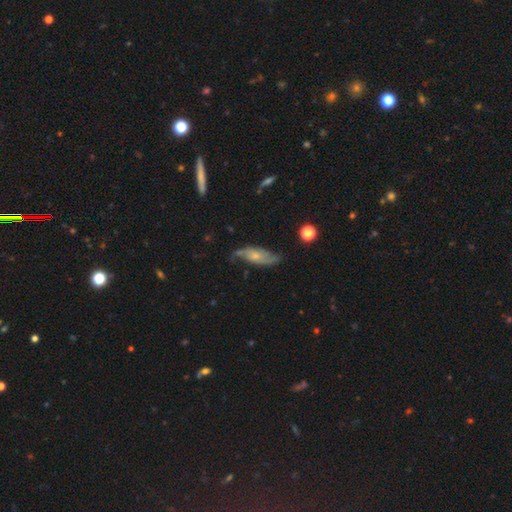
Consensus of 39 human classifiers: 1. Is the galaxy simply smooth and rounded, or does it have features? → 64% featured or disk, 26% smooth, 10% star or artifact.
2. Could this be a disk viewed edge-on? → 96% no, 4% yes.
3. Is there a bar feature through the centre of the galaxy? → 79% no, 21% weak, 0% strong.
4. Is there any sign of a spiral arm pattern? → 92% yes, 8% no.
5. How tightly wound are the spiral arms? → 45% medium, 32% loose, 23% tight.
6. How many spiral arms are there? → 41% 2, 32% can't tell, 27% 3, 0% 1, 0% 4, 0% more than 4.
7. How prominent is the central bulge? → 54% small, 42% moderate, 4% none, 0% dominant, 0% large.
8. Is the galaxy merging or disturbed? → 54% none, 31% minor disturbance, 14% major disturbance, 0% merger.